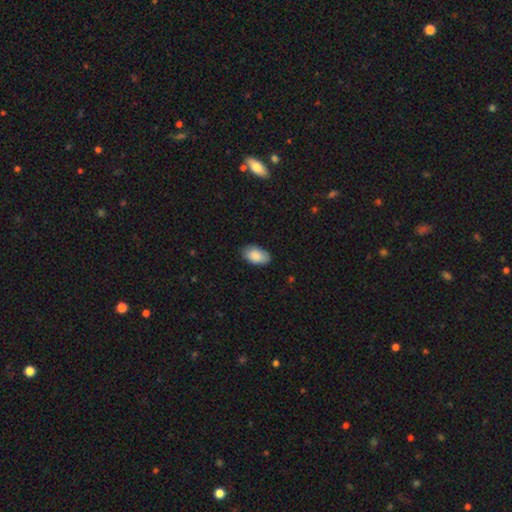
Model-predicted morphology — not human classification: A smooth galaxy with no disk features (89%) that is in between round and cigar-shaped (94%).

Vote fractions:
- Smooth or featured? smooth: 89% / star or artifact: 6% / featured or disk: 5%
- How rounded? in between: 94% / round: 4% / cigar-shaped: 1%
- Merging? none: 83% / minor disturbance: 13% / major disturbance: 2% / merger: 1%